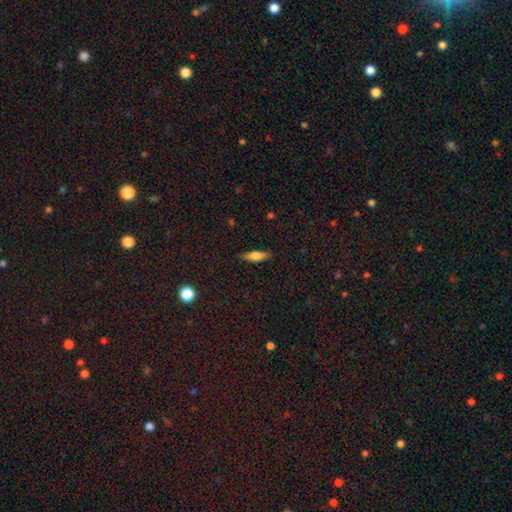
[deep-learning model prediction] smooth-or-featured: smooth: 73% | featured or disk: 19% | star or artifact: 8%
  how-rounded: in between: 49% | cigar-shaped: 48% | round: 3%
  merging: none: 85% | minor disturbance: 11% | major disturbance: 2% | merger: 1%